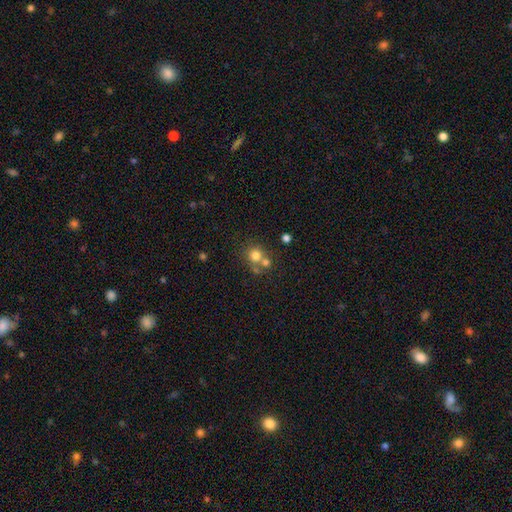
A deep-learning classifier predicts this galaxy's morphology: Smooth or featured? smooth (74%)
How rounded? round (87%)
Merging? none (52%)